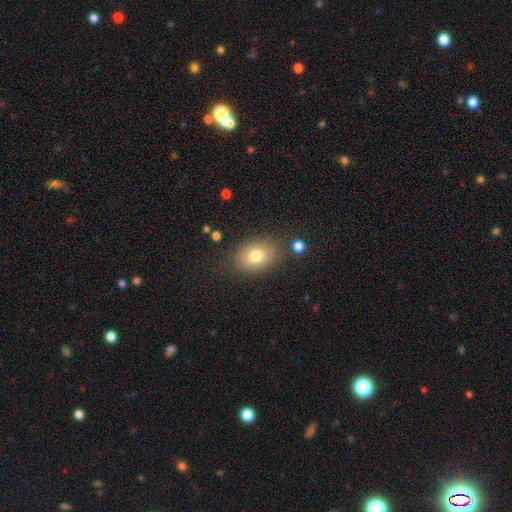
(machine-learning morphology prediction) Smooth or featured? Predicted: smooth (p=0.77). How rounded? Predicted: in between (p=0.70). Merging? Predicted: none (p=0.78).